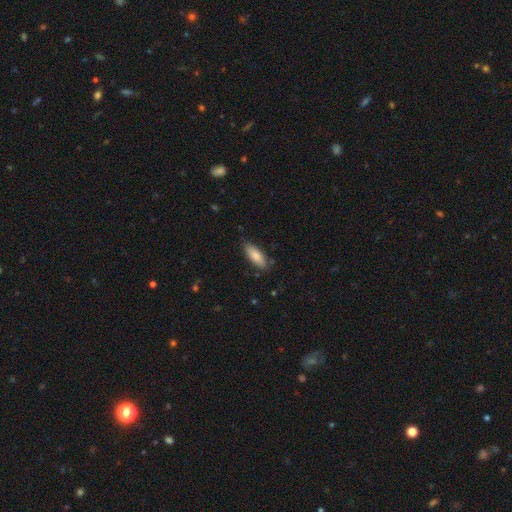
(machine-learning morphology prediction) Smooth or featured? smooth (82%)
How rounded? in between (70%)
Merging? none (80%)